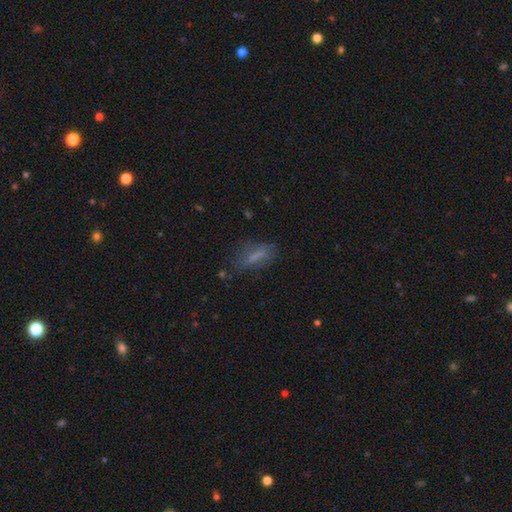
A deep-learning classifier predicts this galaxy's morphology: Smooth or featured? Predicted: smooth (p=0.64). How rounded? Predicted: cigar-shaped (p=0.53). Merging? Predicted: none (p=0.67).